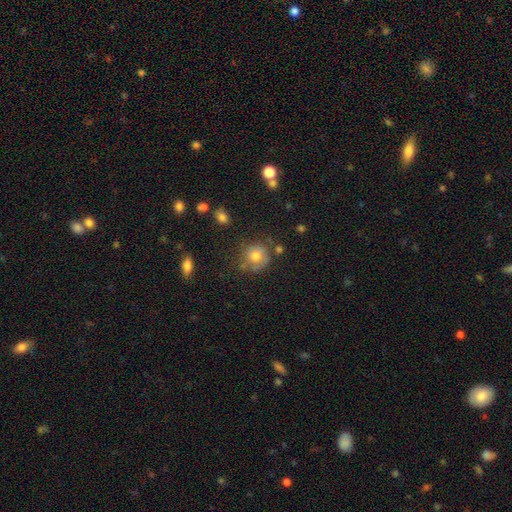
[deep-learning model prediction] Smooth or featured: smooth — 67% (featured or disk — 22%)
How rounded: round — 83% (in between — 16%)
Merging: none — 61% (minor disturbance — 23%)